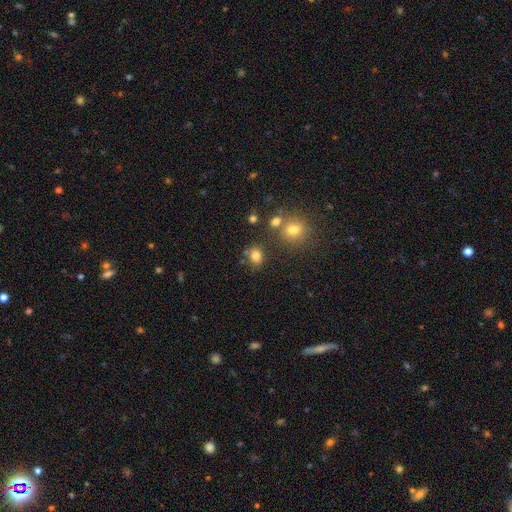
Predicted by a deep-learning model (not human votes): The model was most divided on "how rounded": round: 54%, in between: 45%, cigar-shaped: 1%. More confident: smooth or featured — smooth (78%); merging — none (72%).